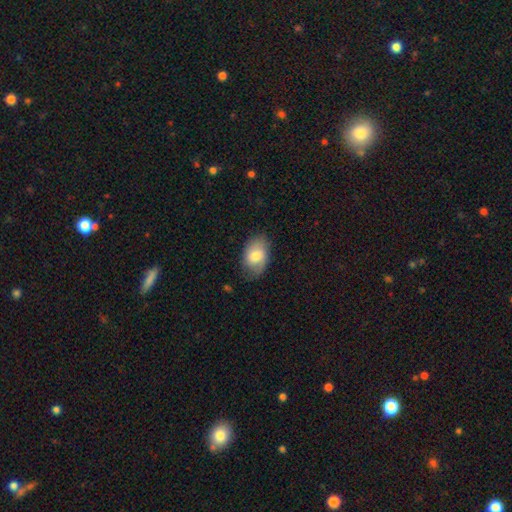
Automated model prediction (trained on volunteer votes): Overall: smooth (73%). How rounded: in between (87%). Merging: none (71%).